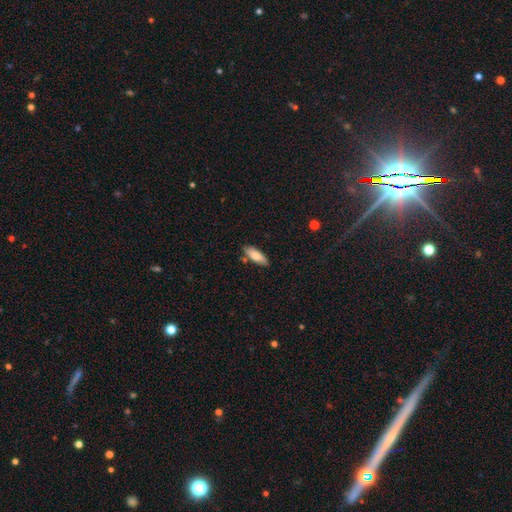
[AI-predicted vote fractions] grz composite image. It shows a smooth galaxy with no disk features (79%) that is in between round and cigar-shaped (63%). Merging: none (76%).